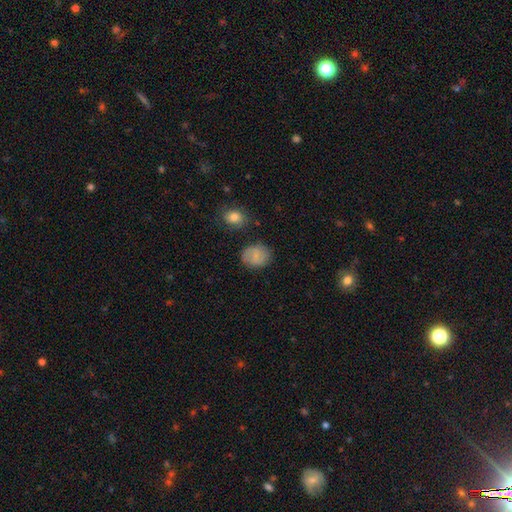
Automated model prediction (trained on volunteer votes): Smooth or featured: smooth — 69% (featured or disk — 23%)
How rounded: round — 65% (in between — 34%)
Merging: none — 80% (minor disturbance — 13%)